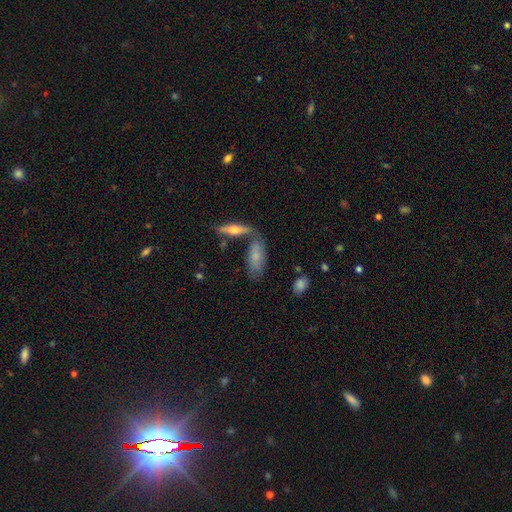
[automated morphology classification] smooth_or_featured: smooth (p=0.66) [alt: featured or disk p=0.26]
how_rounded: in between (p=0.77) [alt: cigar-shaped p=0.20]
merging: none (p=0.52) [alt: merger p=0.21]